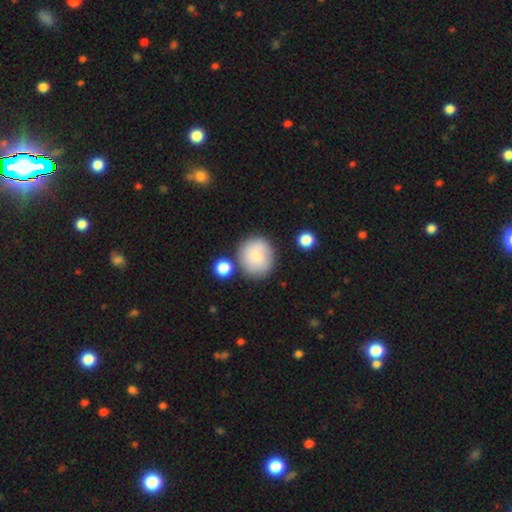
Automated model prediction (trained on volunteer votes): smooth-or-featured: smooth: 56% | featured or disk: 36% | star or artifact: 8%
  how-rounded: round: 88% | in between: 11% | cigar-shaped: 1%
  merging: none: 74% | minor disturbance: 13% | merger: 8% | major disturbance: 4%